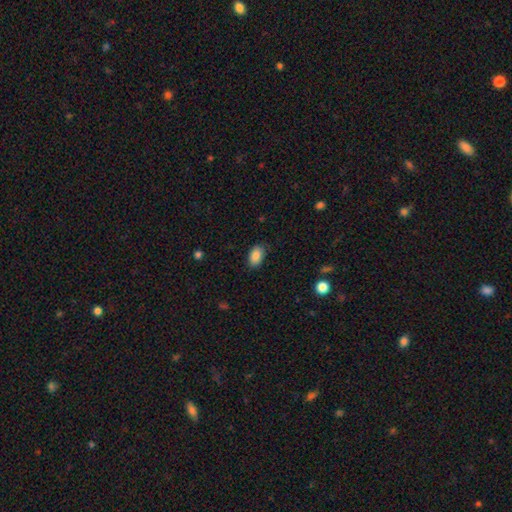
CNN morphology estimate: Smooth or featured: smooth — 87% (star or artifact — 8%)
How rounded: in between — 91% (round — 8%)
Merging: none — 81% (minor disturbance — 14%)